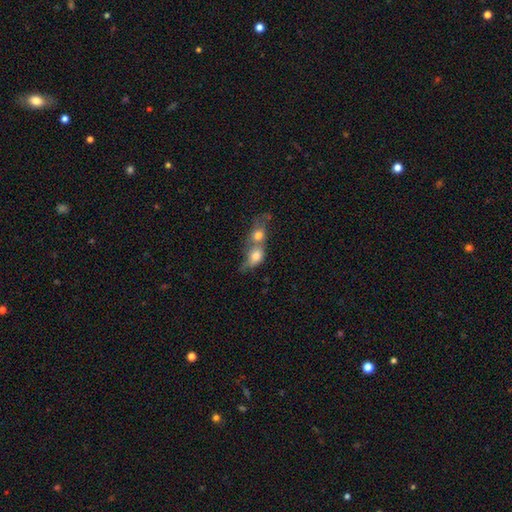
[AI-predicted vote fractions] Smooth or featured? smooth (70%)
How rounded? in between (52%)
Merging? merger (80%)